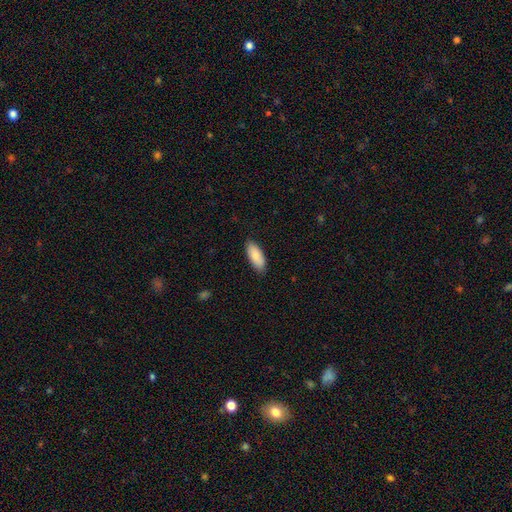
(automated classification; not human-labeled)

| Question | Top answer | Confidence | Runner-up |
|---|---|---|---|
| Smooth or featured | smooth | 86% | featured or disk (8%) |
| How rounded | in between | 82% | cigar-shaped (16%) |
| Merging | none | 85% | minor disturbance (12%) |